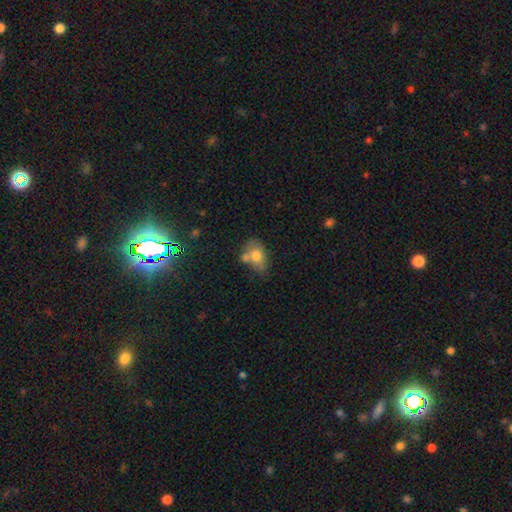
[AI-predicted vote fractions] Smooth or featured? smooth (70%)
How rounded? in between (82%)
Merging? none (38%)